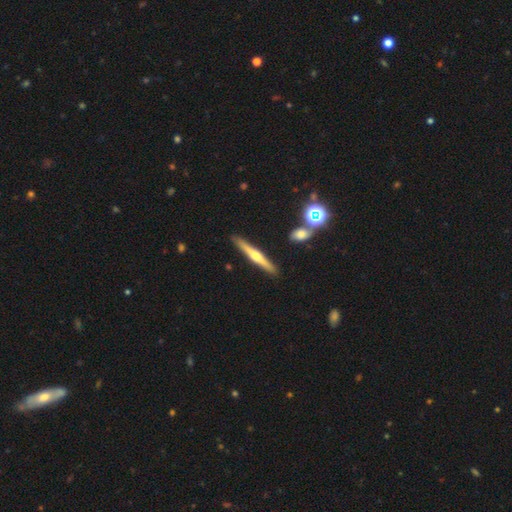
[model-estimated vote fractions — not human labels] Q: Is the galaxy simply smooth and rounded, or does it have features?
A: featured or disk — 64%.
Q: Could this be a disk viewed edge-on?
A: yes — 97%.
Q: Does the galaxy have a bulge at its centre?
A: rounded — 88%.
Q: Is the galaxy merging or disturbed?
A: none — 89%.